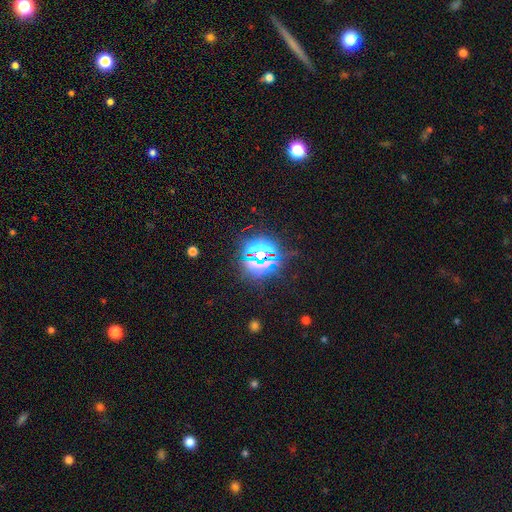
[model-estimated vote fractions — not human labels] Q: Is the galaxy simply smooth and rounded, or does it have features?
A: star or artifact — 78%.